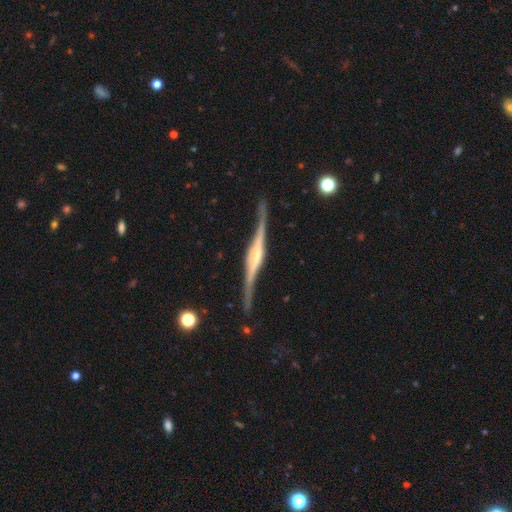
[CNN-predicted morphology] Q: Smooth or featured?
A: featured or disk (88%); runner-up: smooth (7%)
Q: Edge-on disk?
A: yes (96%); runner-up: no (4%)
Q: Edge-on bulge?
A: rounded (60%); runner-up: boxy (33%)
Q: Merging?
A: none (83%); runner-up: minor disturbance (12%)